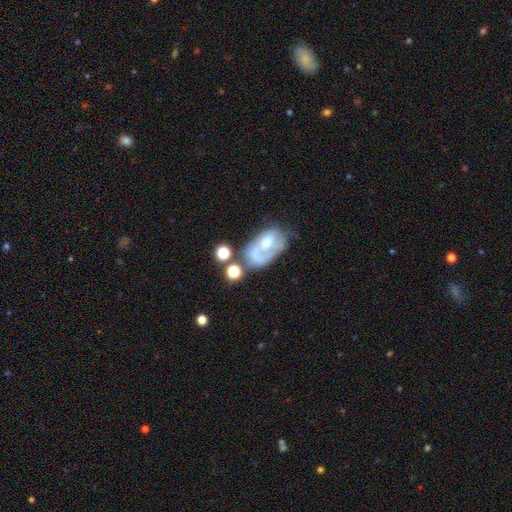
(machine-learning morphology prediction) smooth-or-featured: featured or disk: 55% | smooth: 34% | star or artifact: 11%
  disk-edge-on: no: 96% | yes: 4%
    bar: no: 78% | weak: 17% | strong: 5%
    has-spiral-arms: no: 57% | yes: 43%
    bulge-size: moderate: 36% | none: 24% | large: 19% | small: 17% | dominant: 4%
  merging: none: 30% | major disturbance: 28% | minor disturbance: 22% | merger: 21%